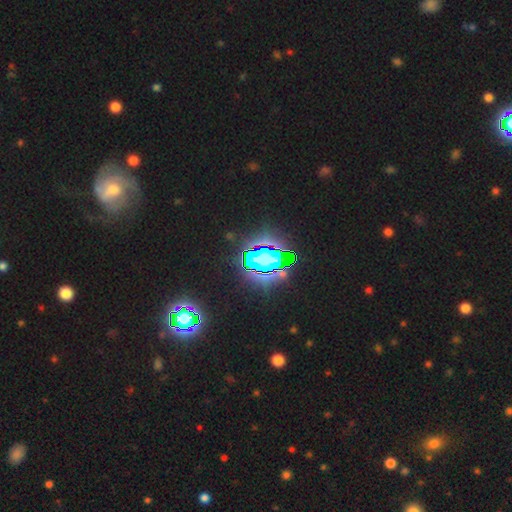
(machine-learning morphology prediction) A star or artifact, not a galaxy (74%).